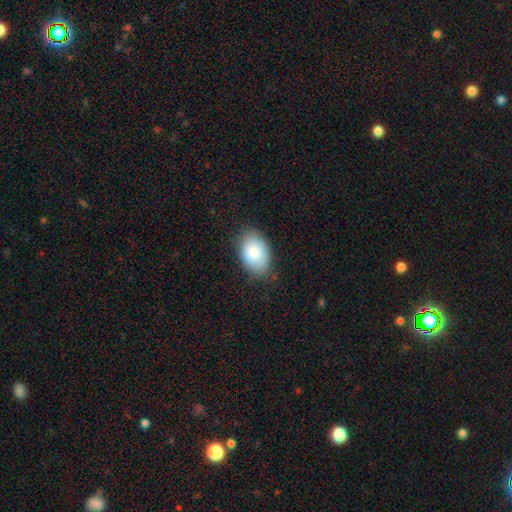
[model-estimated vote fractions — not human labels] A smooth galaxy with no disk features (83%) that is in between round and cigar-shaped (88%). Merging: none (80%).